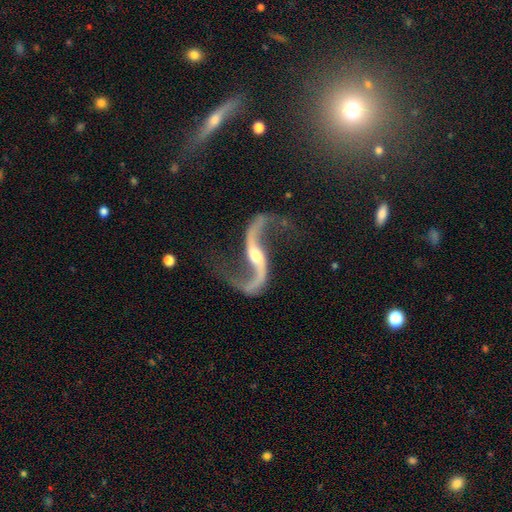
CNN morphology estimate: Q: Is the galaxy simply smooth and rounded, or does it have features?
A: featured or disk — 94%.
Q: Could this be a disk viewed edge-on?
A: no — 96%.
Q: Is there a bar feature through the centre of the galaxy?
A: weak — 35%.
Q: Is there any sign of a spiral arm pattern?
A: yes — 98%.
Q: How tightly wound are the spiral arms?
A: loose — 92%.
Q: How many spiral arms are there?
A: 2 — 95%.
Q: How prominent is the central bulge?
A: moderate — 55%.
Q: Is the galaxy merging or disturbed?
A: none — 76%.